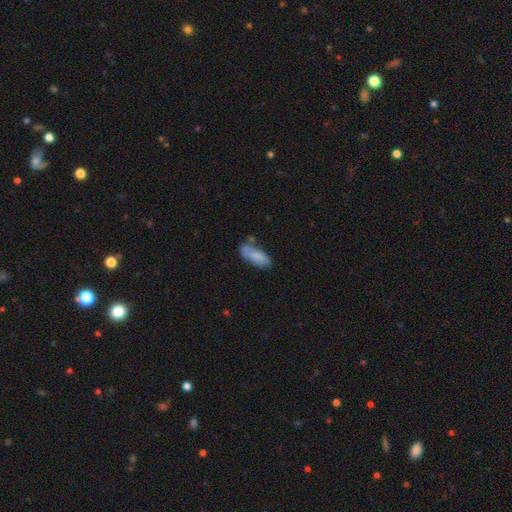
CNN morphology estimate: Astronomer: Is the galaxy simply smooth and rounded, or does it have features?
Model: smooth — 72%.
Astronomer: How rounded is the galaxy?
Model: in between — 80%.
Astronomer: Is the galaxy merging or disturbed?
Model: none — 54%.